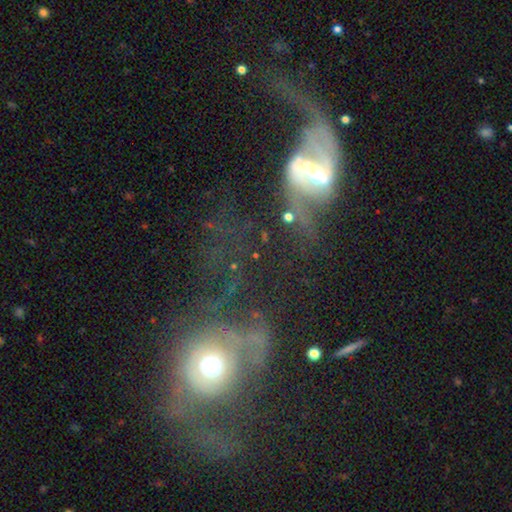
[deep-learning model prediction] smooth_or_featured: featured or disk (p=0.52) [alt: smooth p=0.24]
disk_edge_on: no (p=0.89) [alt: yes p=0.11]
merging: none (p=0.43) [alt: major disturbance p=0.23]